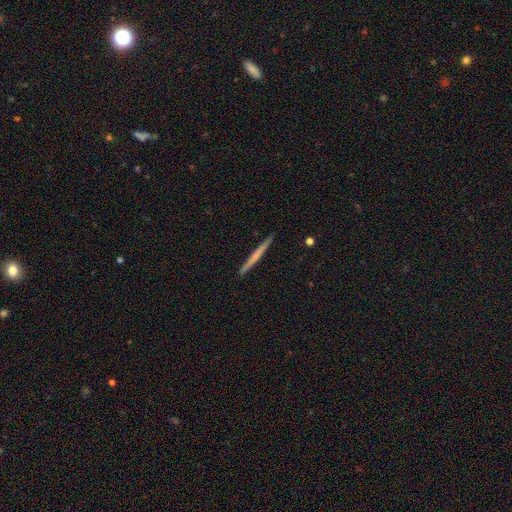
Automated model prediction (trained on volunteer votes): A smooth galaxy with no disk features (49%).

Vote fractions:
- Smooth or featured? smooth: 49% / featured or disk: 46% / star or artifact: 6%
- Merging? none: 93% / minor disturbance: 5% / major disturbance: 1% / merger: 1%